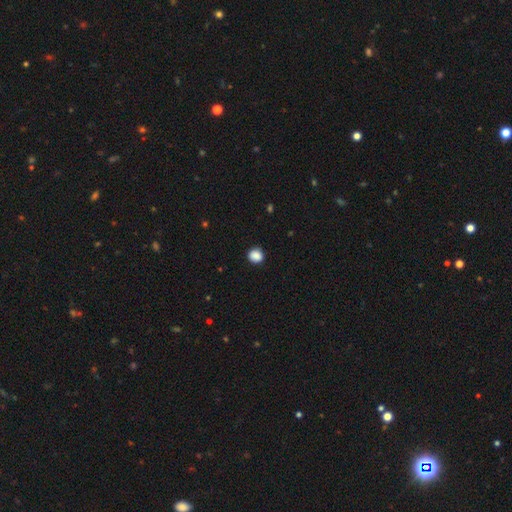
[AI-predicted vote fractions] A smooth galaxy with no disk features (88%) that is round (79%). Merging: none (88%).